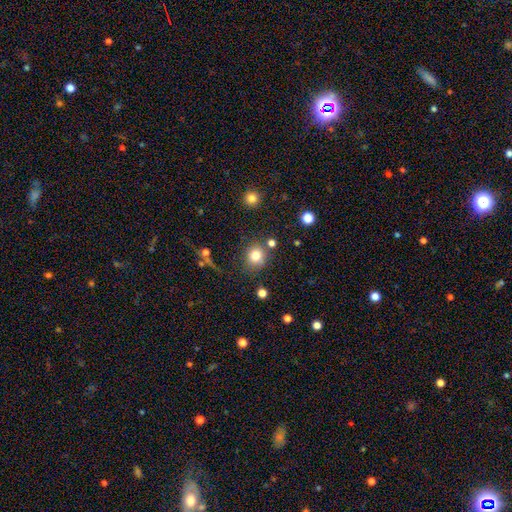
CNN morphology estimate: smooth-or-featured: smooth: 79% | star or artifact: 13% | featured or disk: 8%
  how-rounded: round: 83% | in between: 16% | cigar-shaped: 1%
  merging: none: 76% | minor disturbance: 12% | merger: 7% | major disturbance: 5%